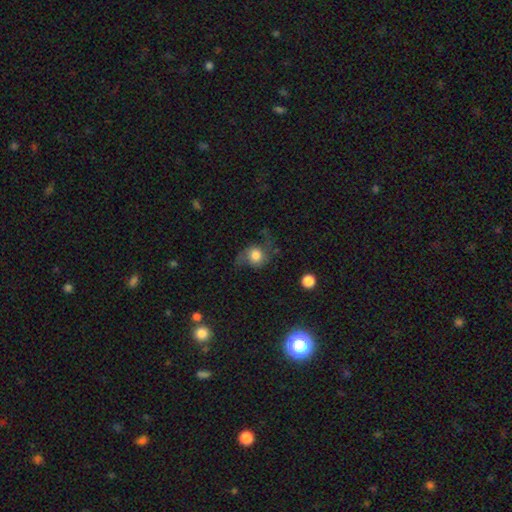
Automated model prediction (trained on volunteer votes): A smooth galaxy with no disk features (49%). Merging: none (50%).